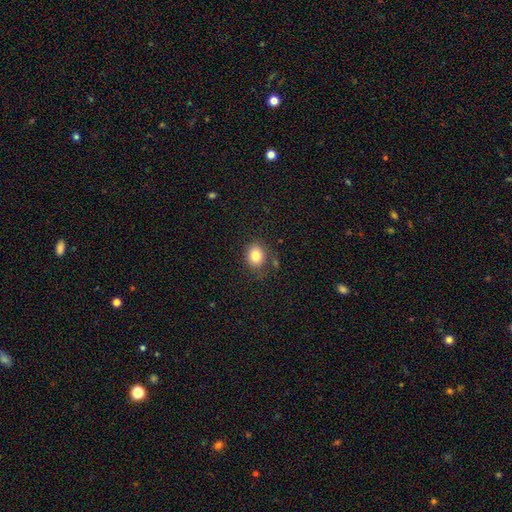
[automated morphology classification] Smooth or featured?
  - smooth: 81% *
  - star or artifact: 11%
  - featured or disk: 8%
How rounded?
  - round: 64% *
  - in between: 35%
  - cigar-shaped: 1%
Merging?
  - none: 78% *
  - minor disturbance: 14%
  - major disturbance: 4%
  - merger: 4%